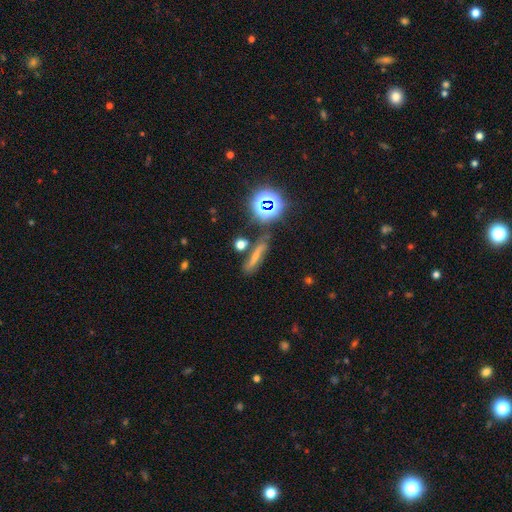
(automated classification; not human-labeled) This appears to be a smooth galaxy with no disk features (52%) that is cigar-shaped (70%). Merging: none (68%).